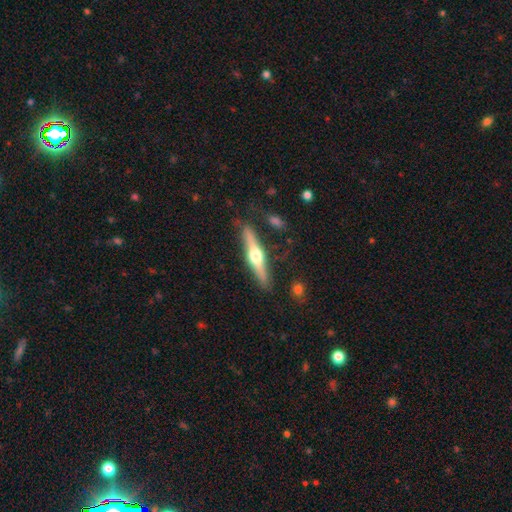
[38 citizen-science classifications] This is likely a featured or disk galaxy (74%). It is clearly viewed edge-on (96%). Edge-on bulge: clearly rounded (89%). Merging: clearly none (86%).